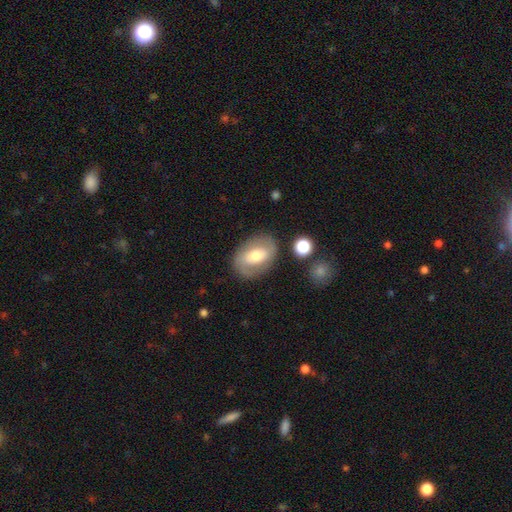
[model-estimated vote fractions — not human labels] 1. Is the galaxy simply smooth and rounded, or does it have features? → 52% featured or disk, 41% smooth, 7% star or artifact.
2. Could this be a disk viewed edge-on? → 94% no, 6% yes.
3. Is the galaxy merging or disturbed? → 78% none, 13% minor disturbance, 5% major disturbance, 3% merger.